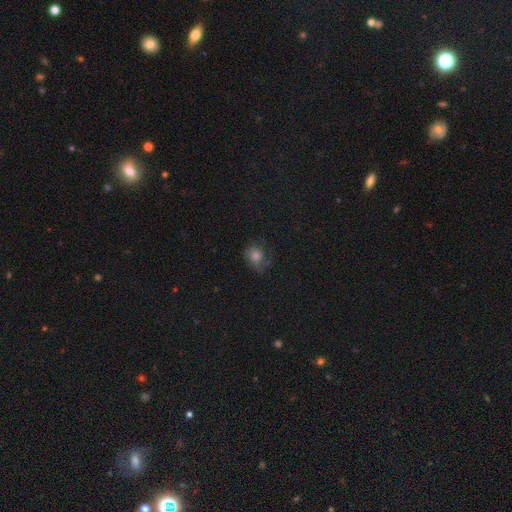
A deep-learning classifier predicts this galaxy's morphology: smooth 44%, featured or disk 38%, star or artifact 18%. Down the decision tree: merging — none (57%).